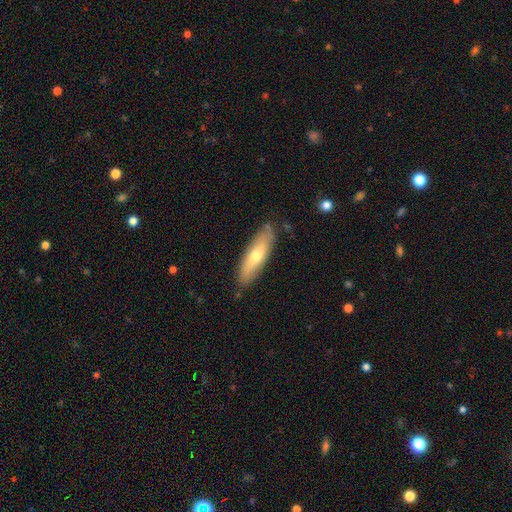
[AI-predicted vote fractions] A smooth galaxy with no disk features (57%) that is cigar-shaped (60%). Merging: none (81%).